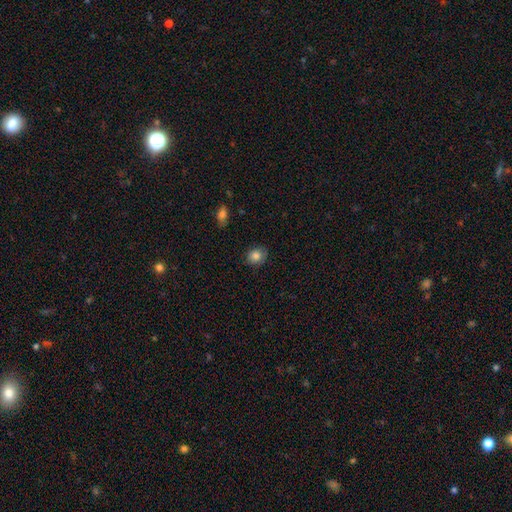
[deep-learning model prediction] Smooth or featured?
  - smooth: 84% *
  - star or artifact: 9%
  - featured or disk: 7%
How rounded?
  - round: 61% *
  - in between: 38%
  - cigar-shaped: 1%
Merging?
  - none: 82% *
  - minor disturbance: 14%
  - major disturbance: 3%
  - merger: 1%